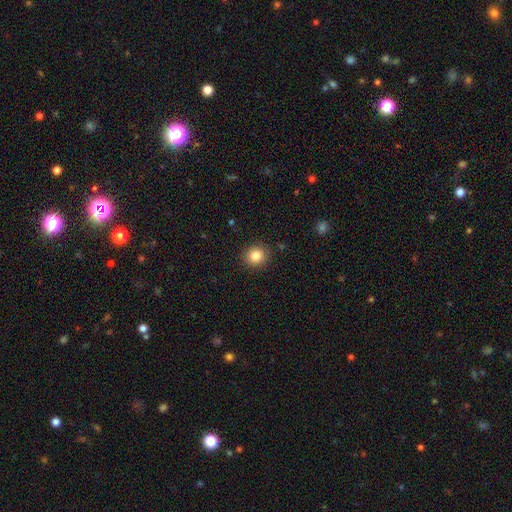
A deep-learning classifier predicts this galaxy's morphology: Overall: smooth (84%). How rounded: round (86%). Merging: none (89%).